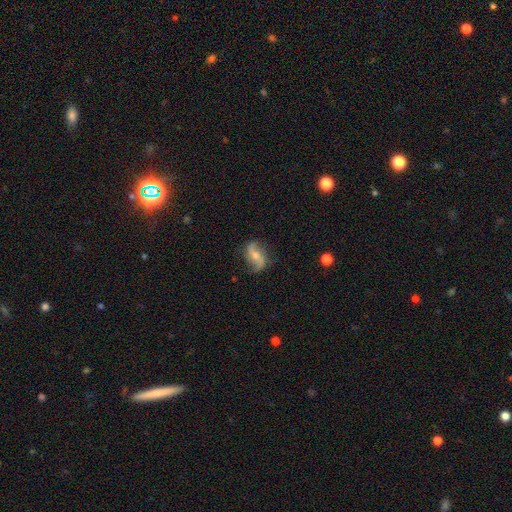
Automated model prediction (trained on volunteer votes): A featured or disk galaxy (76%) with no bar (42%), 2 (92%) loose (76%) spiral arms (93%) and a moderate central bulge (50%).

Vote fractions:
- Smooth or featured? featured or disk: 76% / smooth: 16% / star or artifact: 7%
- Edge-on disk? no: 95% / yes: 5%
- Bar? no: 42% / weak: 36% / strong: 22%
- Spiral arms? yes: 93% / no: 7%
- Spiral winding? loose: 76% / medium: 18% / tight: 6%
- Spiral arm count? 2: 92% / can't tell: 3% / 1: 2% / 3: 1% / 4: 1% / more than 4: 1%
- Bulge size? moderate: 50% / small: 44% / none: 3% / large: 2% / dominant: 1%
- Merging? none: 76% / minor disturbance: 17% / major disturbance: 5% / merger: 1%